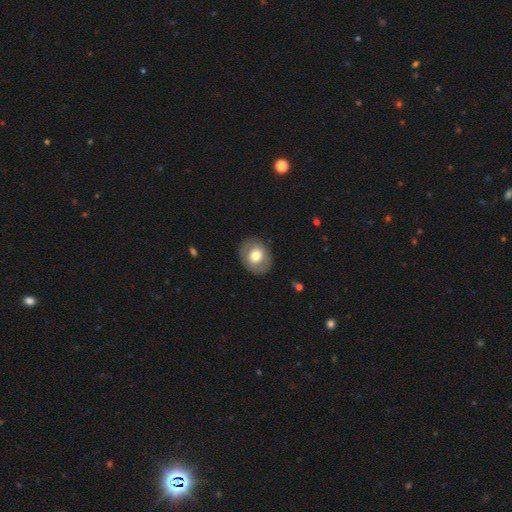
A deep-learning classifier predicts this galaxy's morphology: A smooth galaxy with no disk features (64%) that is round (59%).

Vote fractions:
- Smooth or featured? smooth: 64% / featured or disk: 29% / star or artifact: 7%
- How rounded? round: 59% / in between: 41% / cigar-shaped: 1%
- Merging? none: 86% / minor disturbance: 10% / major disturbance: 4% / merger: 1%